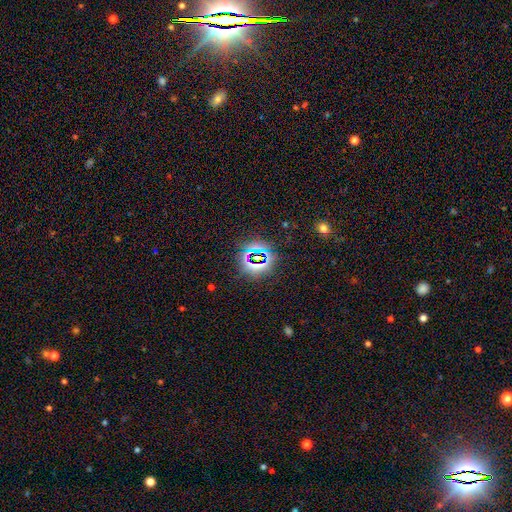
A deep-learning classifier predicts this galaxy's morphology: A star or artifact, not a galaxy (78%).